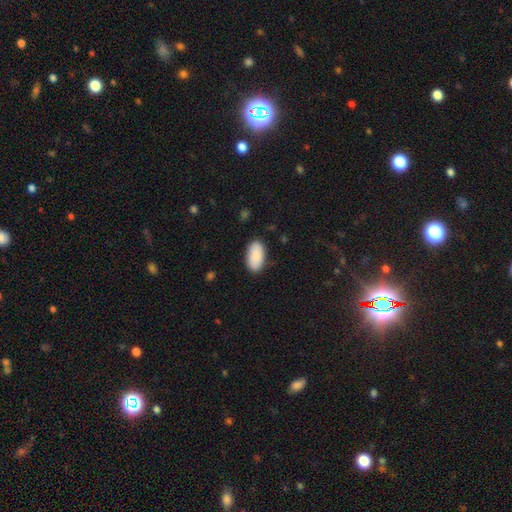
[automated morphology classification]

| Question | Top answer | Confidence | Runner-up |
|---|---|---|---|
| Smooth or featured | smooth | 89% | star or artifact (6%) |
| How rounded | in between | 95% | round (2%) |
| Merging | none | 86% | minor disturbance (11%) |